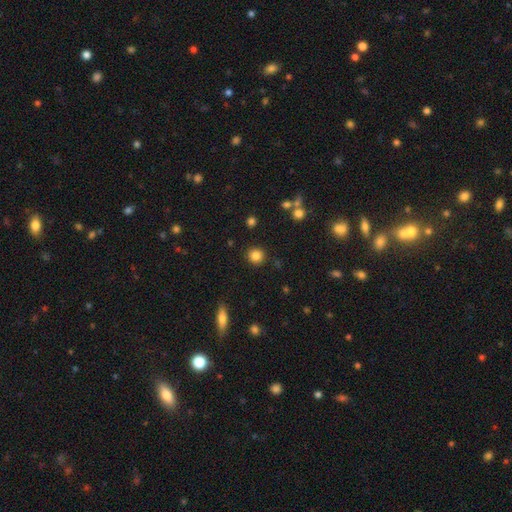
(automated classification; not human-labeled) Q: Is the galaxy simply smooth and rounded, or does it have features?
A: smooth — 84%.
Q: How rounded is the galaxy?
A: round — 93%.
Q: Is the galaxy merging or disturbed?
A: none — 90%.